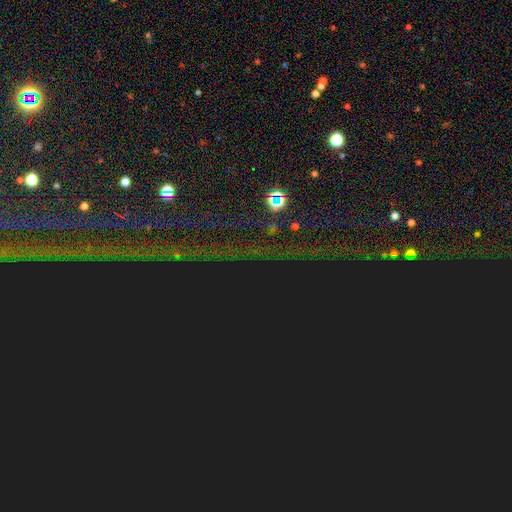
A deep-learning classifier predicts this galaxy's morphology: This is clearly a star or artifact rather than a galaxy (88%).